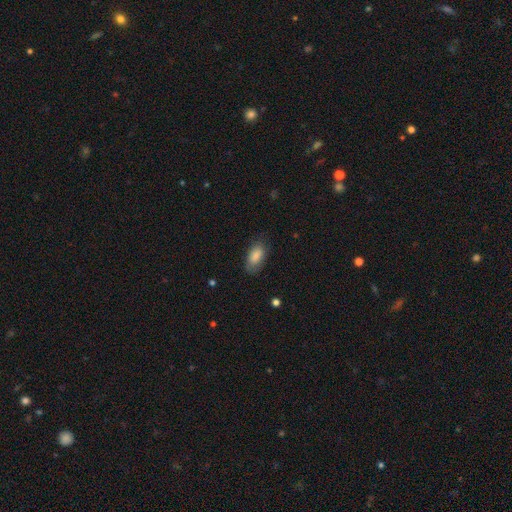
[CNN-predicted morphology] type=smooth (85%); roundness=in between (91%); merging=none (76%).